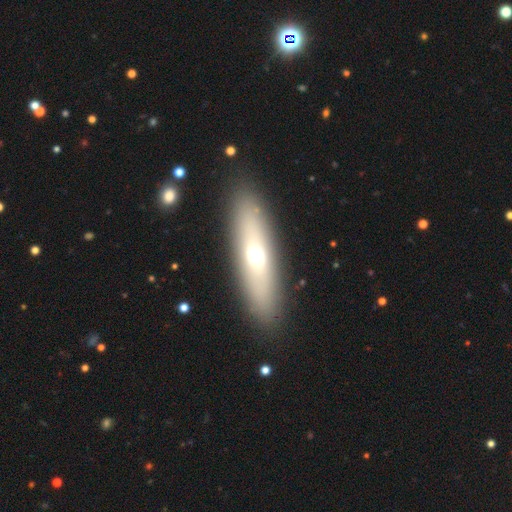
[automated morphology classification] smooth_or_featured: smooth (p=0.55) [alt: featured or disk p=0.37]
how_rounded: cigar-shaped (p=0.58) [alt: in between p=0.39]
merging: none (p=0.88) [alt: minor disturbance p=0.07]